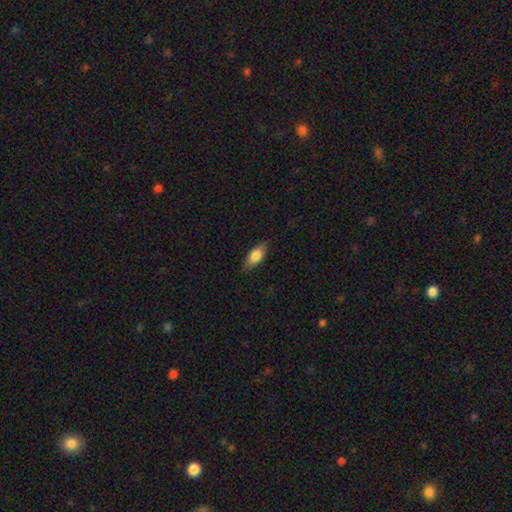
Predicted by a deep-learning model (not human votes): Smooth or featured? smooth (77%)
How rounded? in between (83%)
Merging? none (83%)